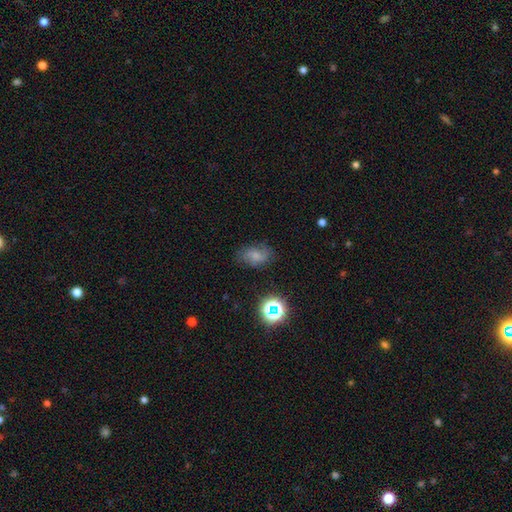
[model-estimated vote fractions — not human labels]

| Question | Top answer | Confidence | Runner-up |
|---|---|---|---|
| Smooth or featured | smooth | 54% | featured or disk (29%) |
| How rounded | in between | 79% | round (19%) |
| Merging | none | 67% | minor disturbance (22%) |